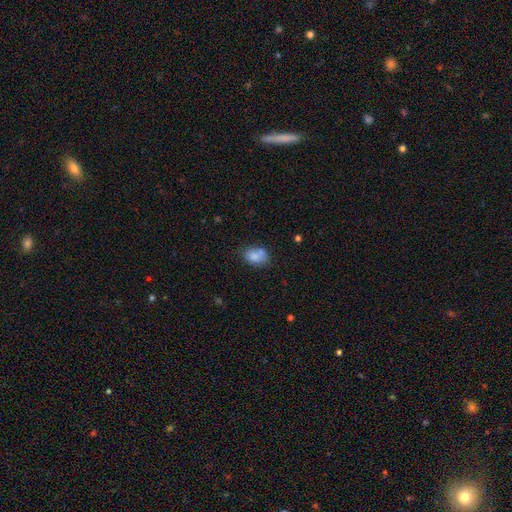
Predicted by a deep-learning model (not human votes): smooth-or-featured: smooth: 79% | featured or disk: 12% | star or artifact: 9%
  how-rounded: in between: 72% | round: 27% | cigar-shaped: 1%
  merging: none: 50% | merger: 23% | minor disturbance: 21% | major disturbance: 6%